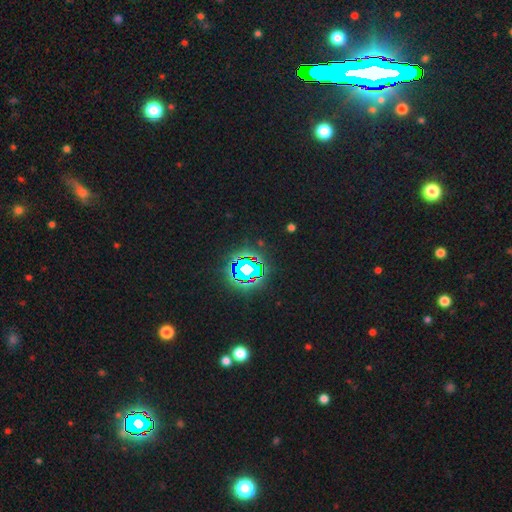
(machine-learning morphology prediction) A star or artifact, not a galaxy (84%).